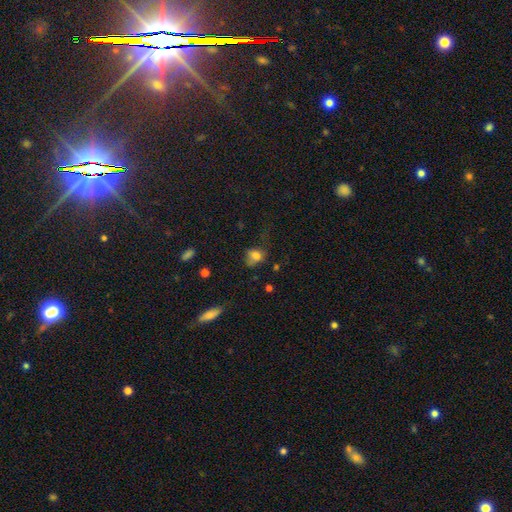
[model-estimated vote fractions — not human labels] Smooth or featured?
  - smooth: 75% *
  - star or artifact: 13%
  - featured or disk: 12%
How rounded?
  - in between: 50% *
  - round: 49%
  - cigar-shaped: 2%
Merging?
  - none: 42% *
  - minor disturbance: 29%
  - major disturbance: 24%
  - merger: 5%